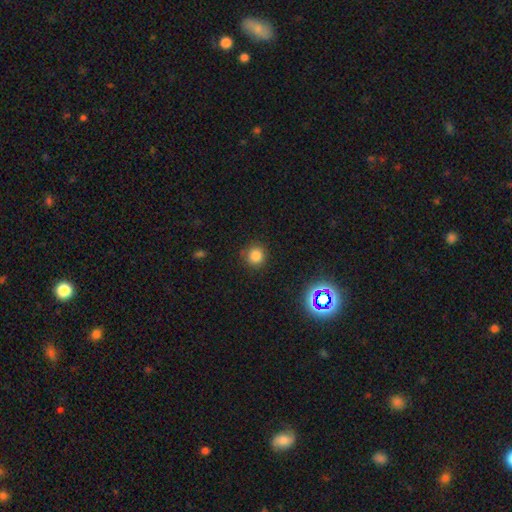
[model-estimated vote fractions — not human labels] smooth_or_featured: smooth (p=0.81) [alt: star or artifact p=0.14]
how_rounded: round (p=0.92) [alt: in between p=0.07]
merging: none (p=0.86) [alt: minor disturbance p=0.09]